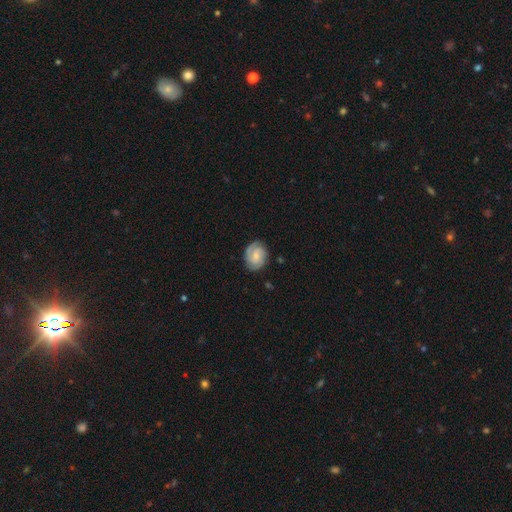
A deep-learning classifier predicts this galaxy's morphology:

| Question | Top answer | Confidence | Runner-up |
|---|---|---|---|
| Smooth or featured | featured or disk | 74% | smooth (20%) |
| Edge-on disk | no | 98% | yes (2%) |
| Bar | no | 54% | weak (39%) |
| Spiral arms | yes | 96% | no (4%) |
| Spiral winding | tight | 58% | medium (34%) |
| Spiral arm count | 2 | 62% | 3 (17%) |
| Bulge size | small | 56% | moderate (30%) |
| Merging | none | 81% | minor disturbance (14%) |